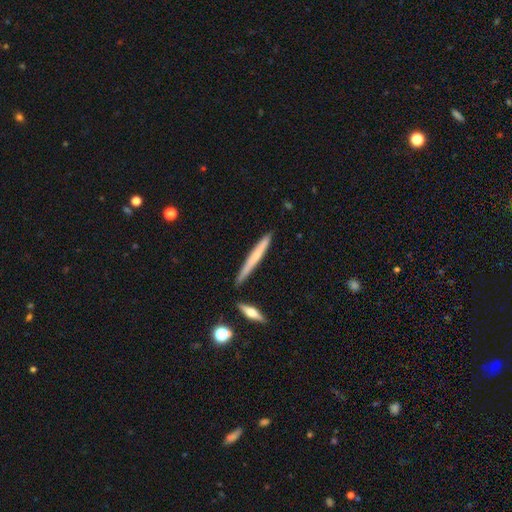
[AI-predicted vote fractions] The model was most divided on "smooth or featured": smooth: 57%, featured or disk: 37%, star or artifact: 6%. More confident: how rounded — cigar-shaped (96%); merging — none (85%).